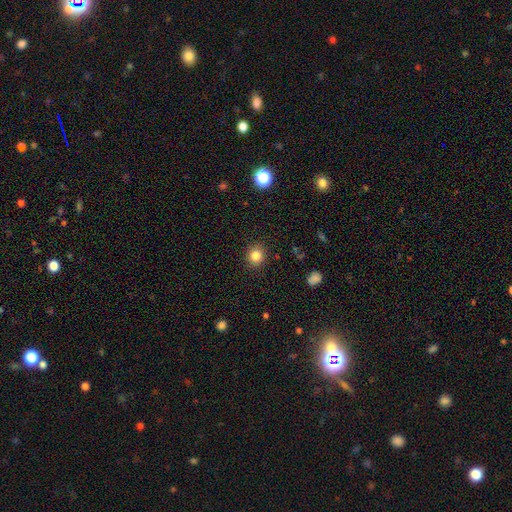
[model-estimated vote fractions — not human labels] smooth_or_featured: smooth (p=0.83) [alt: star or artifact p=0.12]
how_rounded: round (p=0.84) [alt: in between p=0.15]
merging: none (p=0.90) [alt: minor disturbance p=0.06]